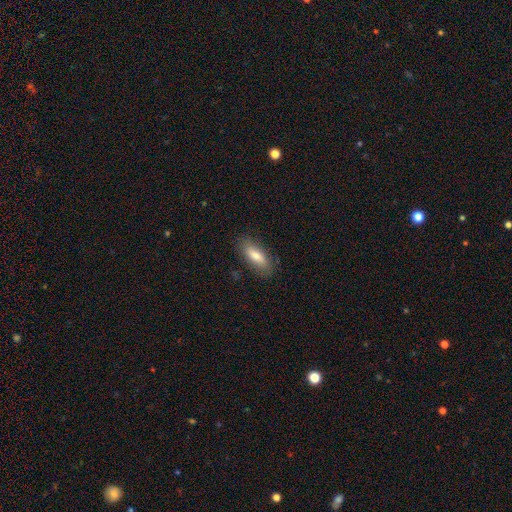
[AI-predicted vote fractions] Overall: smooth (77%). How rounded: in between (66%; cigar-shaped 32%). Merging: none (84%).